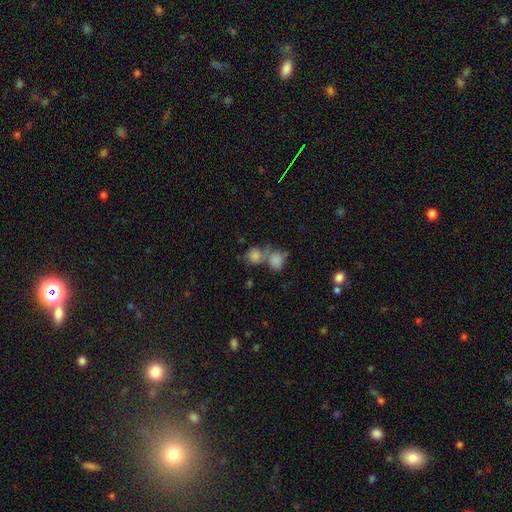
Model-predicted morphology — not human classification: smooth 51%, star or artifact 32%, featured or disk 16%. Down the decision tree: how rounded — round (69%); merging — none (44%).